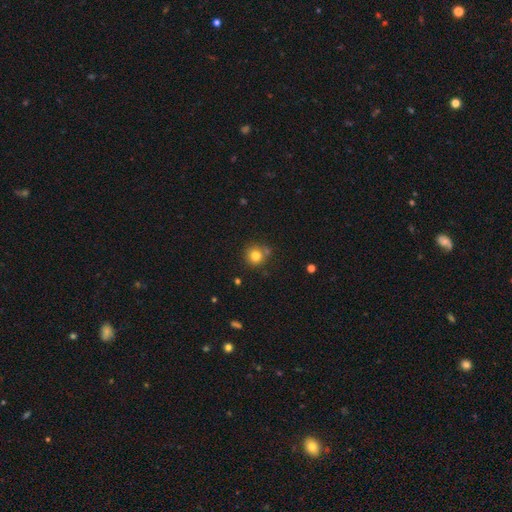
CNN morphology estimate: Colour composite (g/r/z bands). It shows a smooth galaxy with no disk features (79%) that is round (93%). Merging: none (74%).